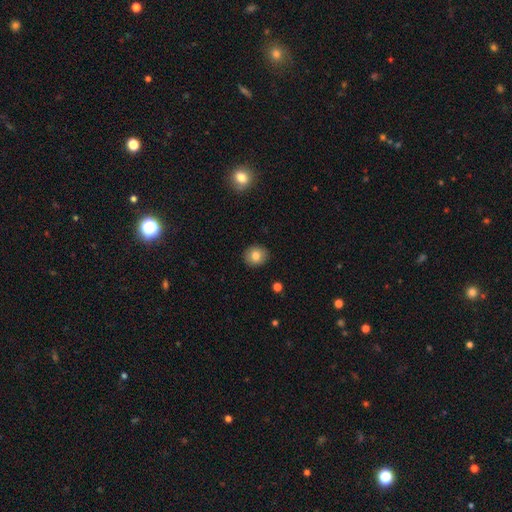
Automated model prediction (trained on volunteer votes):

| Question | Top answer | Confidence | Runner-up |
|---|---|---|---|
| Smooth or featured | smooth | 80% | featured or disk (10%) |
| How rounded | round | 83% | in between (16%) |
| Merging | none | 91% | minor disturbance (6%) |